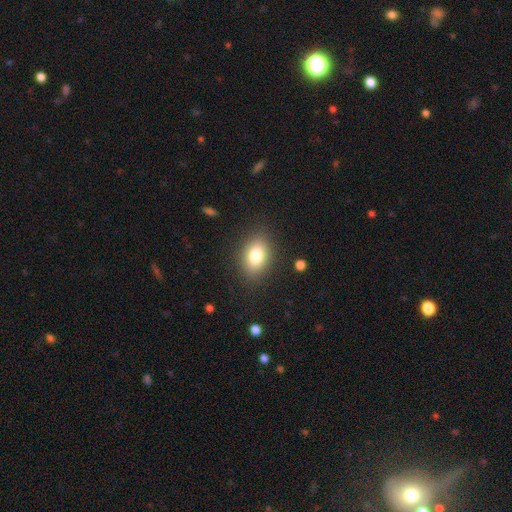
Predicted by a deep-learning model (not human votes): This appears to be a smooth galaxy with no disk features (80%) that is in between round and cigar-shaped (78%). Merging: none (86%).